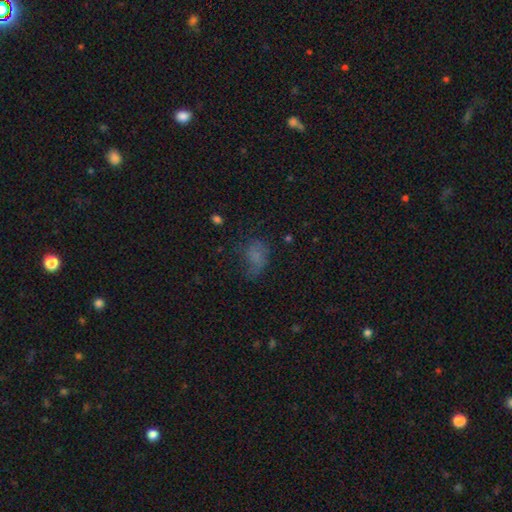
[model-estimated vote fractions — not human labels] This is possibly a smooth galaxy (60%). How rounded: likely in between (74%). Merging: marginally none (39%).